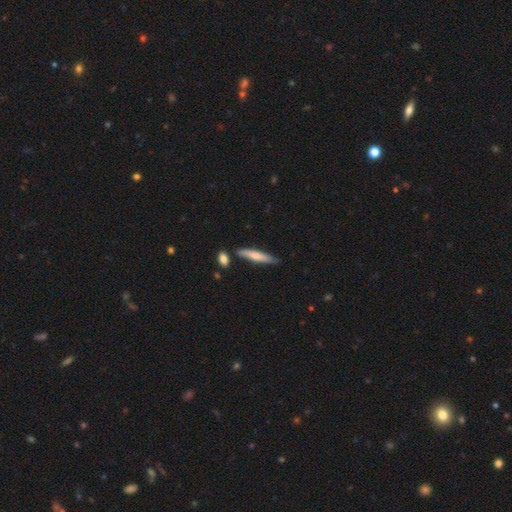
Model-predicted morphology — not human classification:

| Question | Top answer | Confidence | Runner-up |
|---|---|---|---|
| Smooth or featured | smooth | 64% | featured or disk (30%) |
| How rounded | cigar-shaped | 86% | in between (13%) |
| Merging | none | 75% | minor disturbance (17%) |